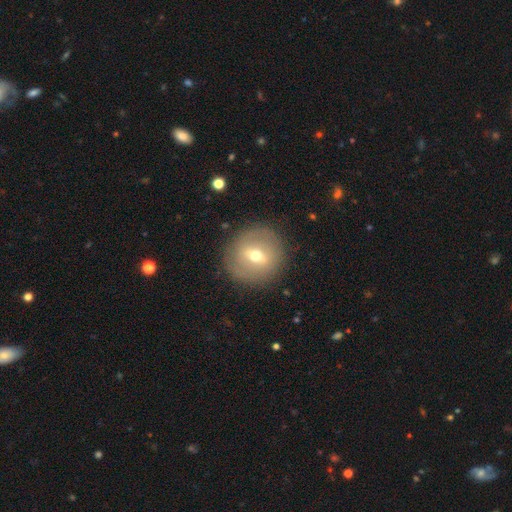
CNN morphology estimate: This appears to be a featured or disk galaxy (45%, tied with smooth). Merging: none (86%).